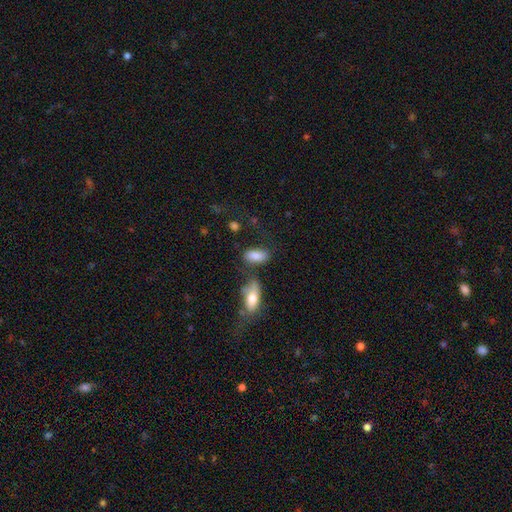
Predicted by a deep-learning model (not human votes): A smooth galaxy with no disk features (83%) that is in between round and cigar-shaped (90%).

Vote fractions:
- Smooth or featured? smooth: 83% / featured or disk: 9% / star or artifact: 8%
- How rounded? in between: 90% / cigar-shaped: 7% / round: 4%
- Merging? none: 57% / minor disturbance: 18% / merger: 17% / major disturbance: 8%